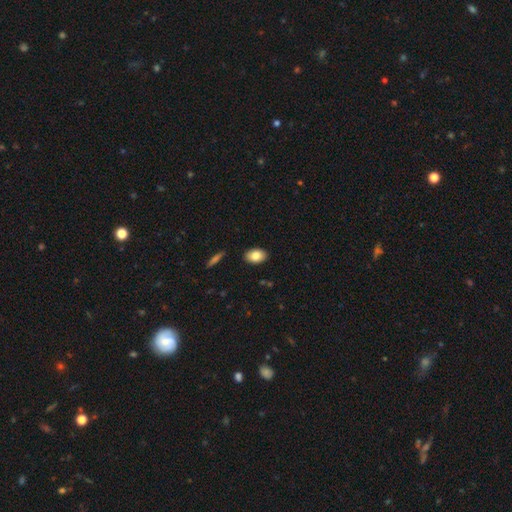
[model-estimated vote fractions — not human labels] Overall: smooth (84%). How rounded: in between (88%). Merging: none (89%).